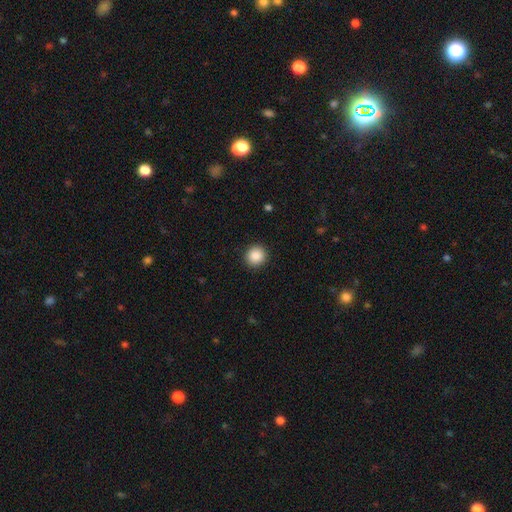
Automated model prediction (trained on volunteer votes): Overall: smooth (88%). How rounded: round (93%). Merging: none (92%).